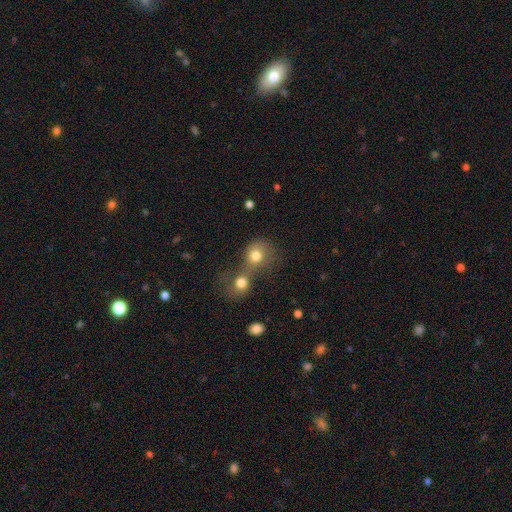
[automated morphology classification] This is likely a smooth galaxy (78%). How rounded: likely round (78%). Merging: likely merger (61%).